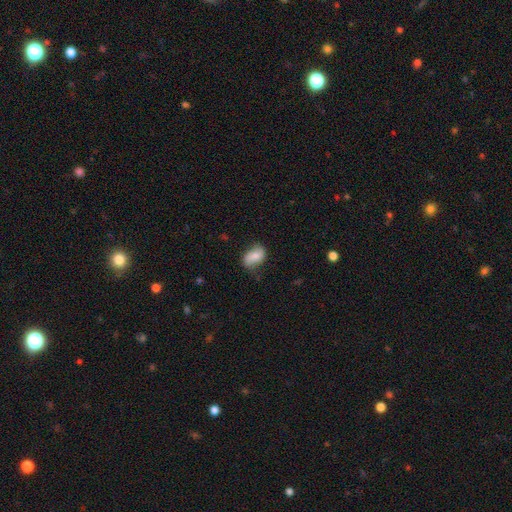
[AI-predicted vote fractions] A smooth galaxy with no disk features (66%) that is in between round and cigar-shaped (84%). Merging: none (65%).